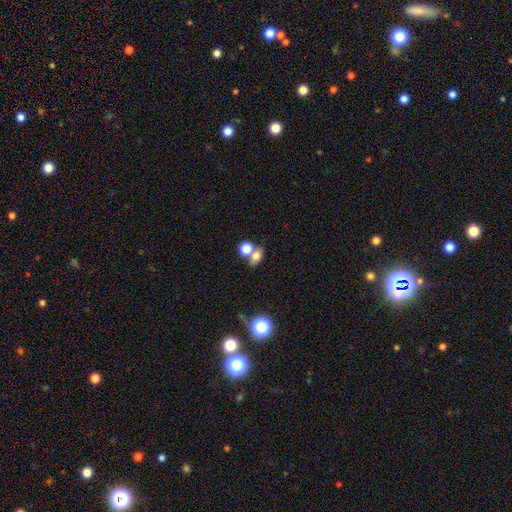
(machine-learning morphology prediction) Smooth or featured? Predicted: smooth (p=0.74). How rounded? Predicted: in between (p=0.57). Merging? Predicted: merger (p=0.45).